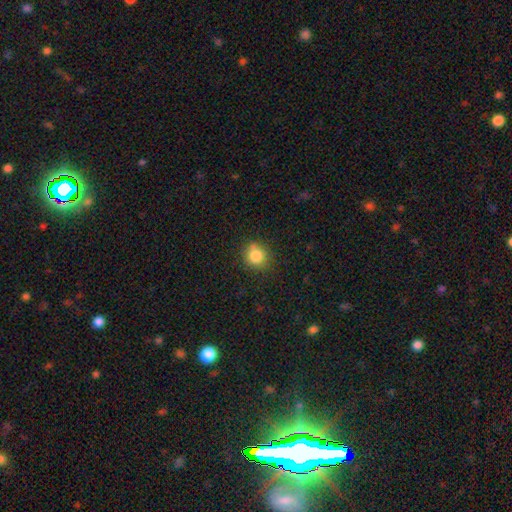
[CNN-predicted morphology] A smooth galaxy with no disk features (82%) that is round (86%). Merging: none (74%).